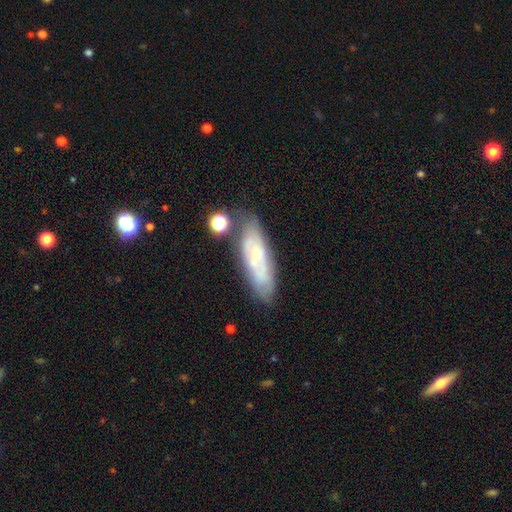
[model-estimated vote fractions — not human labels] Smooth or featured: featured or disk — 56% (smooth — 35%)
Edge-on disk: no — 77% (yes — 23%)
Merging: none — 69% (minor disturbance — 19%)